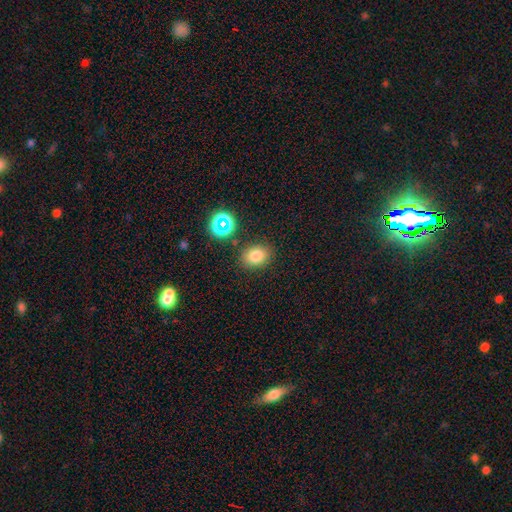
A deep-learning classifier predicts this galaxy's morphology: This appears to be a smooth galaxy with no disk features (78%) that is in between round and cigar-shaped (58%). Merging: none (81%).